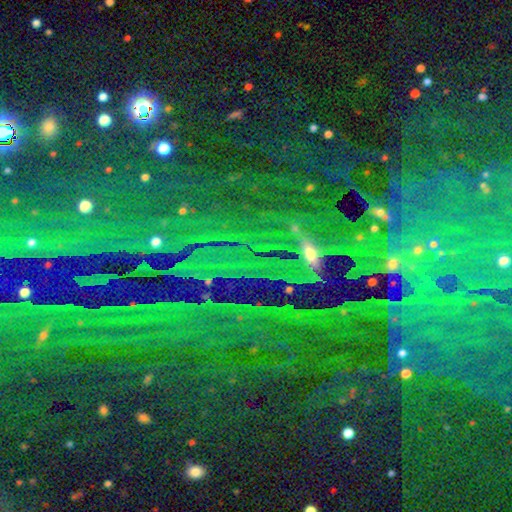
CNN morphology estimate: A star or artifact, not a galaxy (81%).

Vote fractions:
- Smooth or featured? star or artifact: 81% / featured or disk: 10% / smooth: 9%